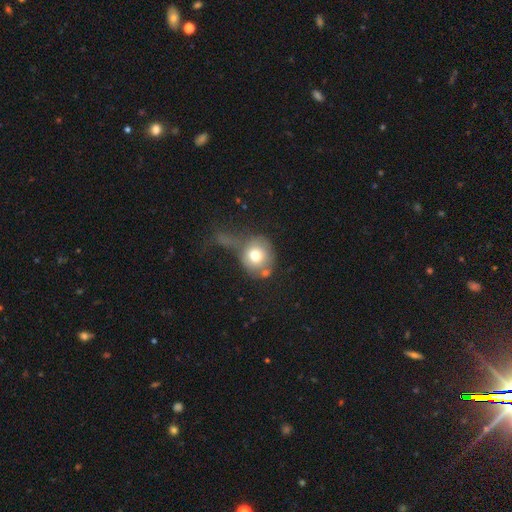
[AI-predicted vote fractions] Smooth or featured? smooth (69%)
How rounded? round (85%)
Merging? none (33%)